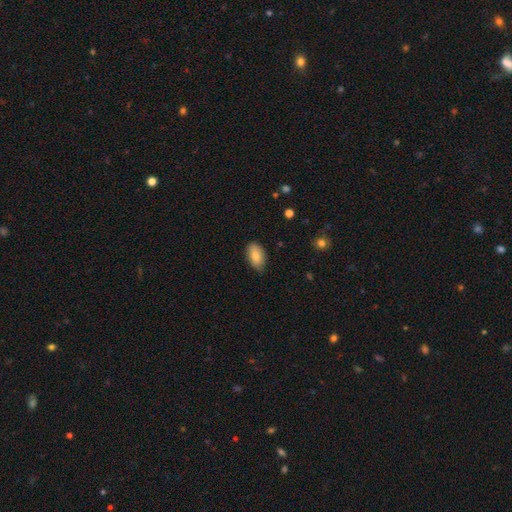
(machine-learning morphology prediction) The model was most divided on "merging": none: 79%, minor disturbance: 17%, major disturbance: 3%, merger: 1%. More confident: how rounded — in between (93%); smooth or featured — smooth (81%).